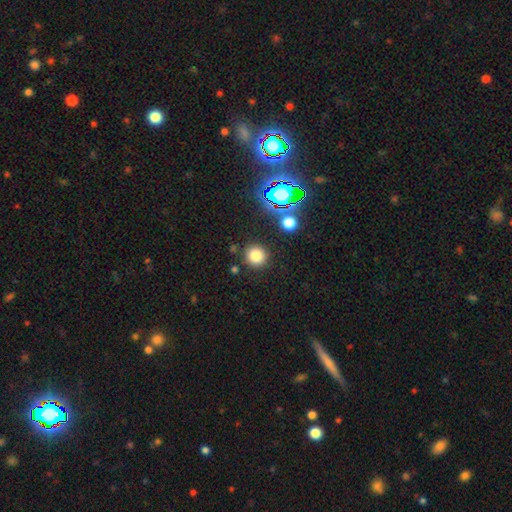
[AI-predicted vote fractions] The model was most divided on "smooth or featured": smooth: 76%, star or artifact: 17%, featured or disk: 7%. More confident: how rounded — round (93%); merging — none (87%).